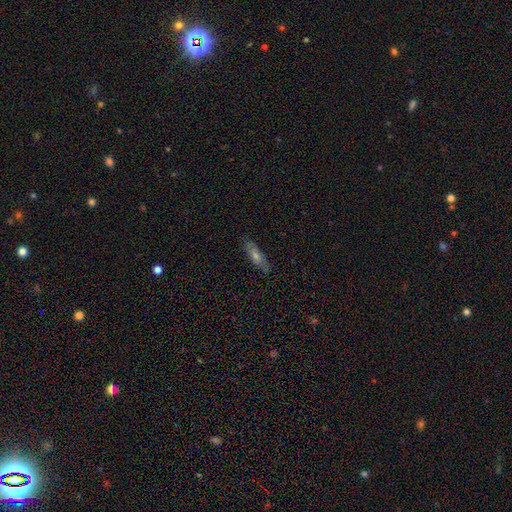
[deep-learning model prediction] smooth_or_featured: smooth (p=0.49) [alt: featured or disk p=0.39]
merging: none (p=0.85) [alt: minor disturbance p=0.12]